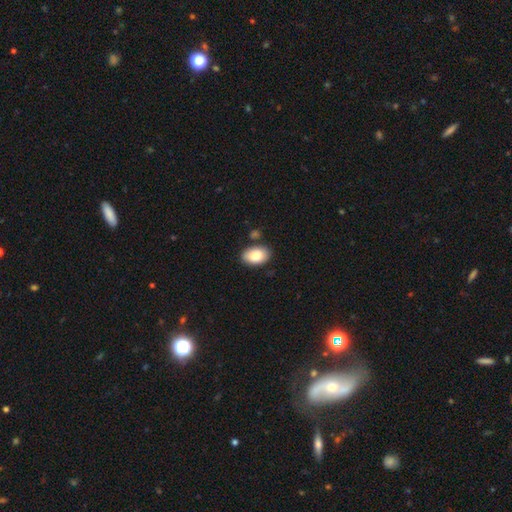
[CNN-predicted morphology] The model was most divided on "merging": none: 79%, minor disturbance: 13%, merger: 5%, major disturbance: 3%. More confident: how rounded — in between (91%); smooth or featured — smooth (86%).